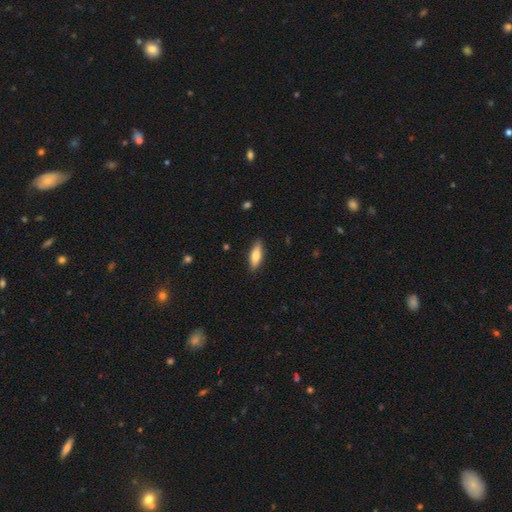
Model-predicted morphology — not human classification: This is likely a smooth galaxy (74%). How rounded: possibly in between (55%). Merging: clearly none (87%).